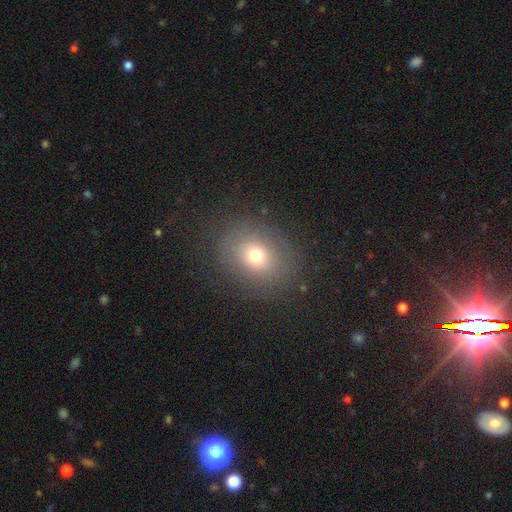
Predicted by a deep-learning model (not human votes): Smooth or featured?
  - smooth: 67% *
  - featured or disk: 17%
  - star or artifact: 16%
How rounded?
  - round: 61% *
  - in between: 38%
  - cigar-shaped: 1%
Merging?
  - none: 81% *
  - minor disturbance: 11%
  - major disturbance: 7%
  - merger: 1%